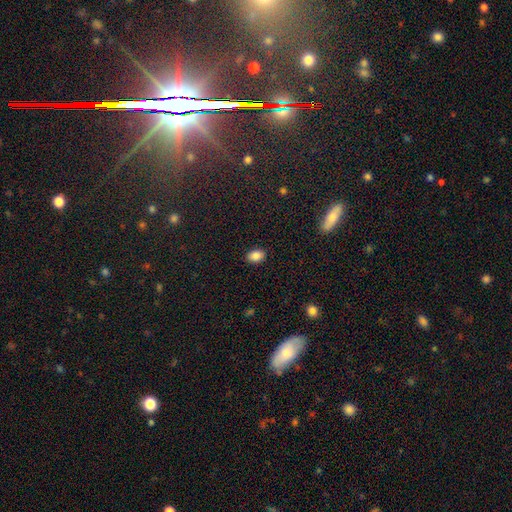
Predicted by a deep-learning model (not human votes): This appears to be a smooth galaxy with no disk features (86%) that is in between round and cigar-shaped (79%). Merging: none (89%).